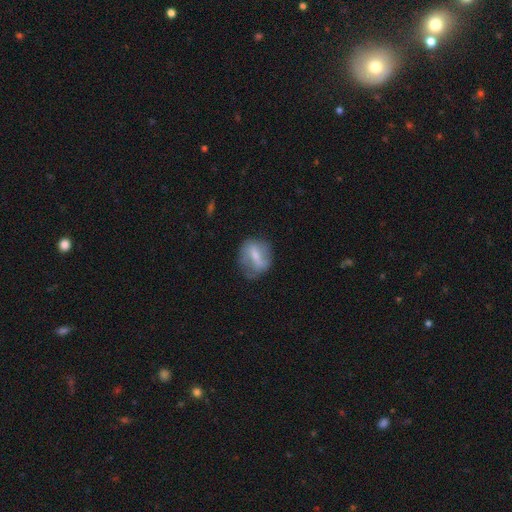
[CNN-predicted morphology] smooth_or_featured: featured or disk (p=0.47) [alt: smooth p=0.45]
merging: none (p=0.62) [alt: minor disturbance p=0.25]